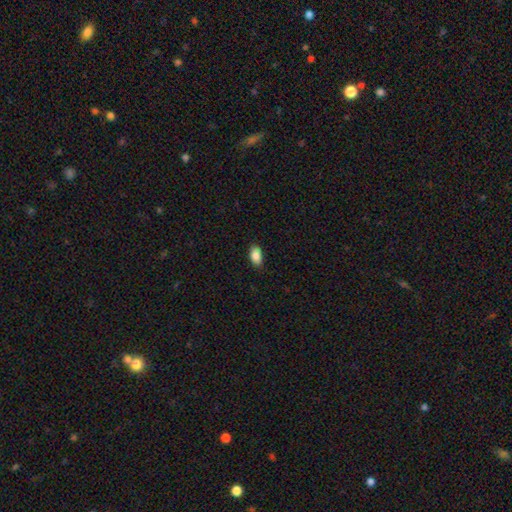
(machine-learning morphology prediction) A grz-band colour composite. It shows a smooth galaxy with no disk features (87%) that is in between round and cigar-shaped (92%). Merging: none (87%).